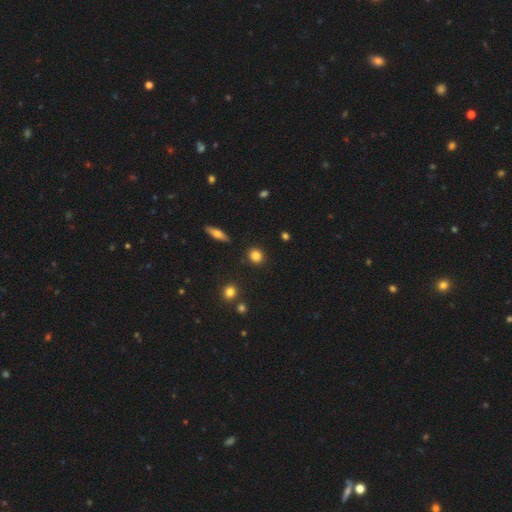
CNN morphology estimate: A smooth galaxy with no disk features (84%) that is round (79%). Merging: none (89%).